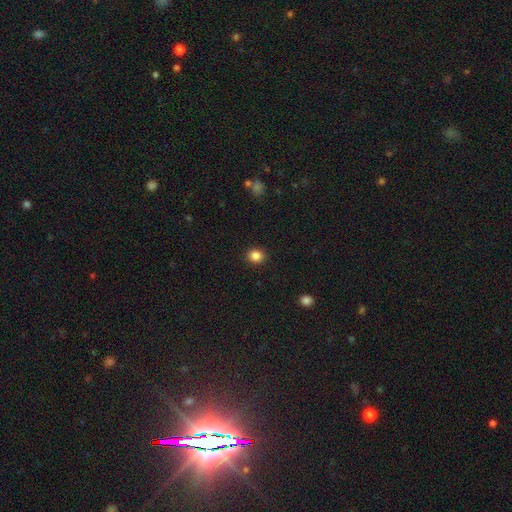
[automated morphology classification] Overall: smooth (86%). How rounded: round (75%). Merging: none (91%).